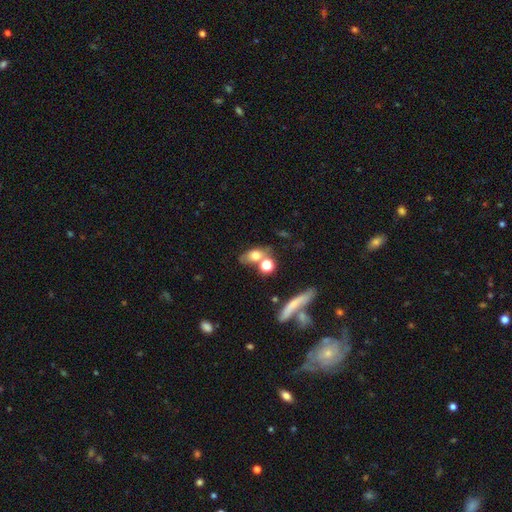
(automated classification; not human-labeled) Overall: smooth (67%). How rounded: in between (63%; round 27%). Merging: none (46%; merger 32%).